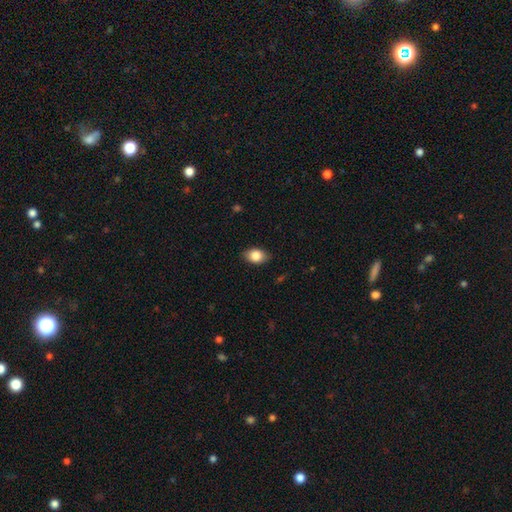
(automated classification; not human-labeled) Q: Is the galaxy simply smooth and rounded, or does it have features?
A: smooth — 83%.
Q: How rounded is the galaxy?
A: in between — 82%.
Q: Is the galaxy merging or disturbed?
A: none — 85%.